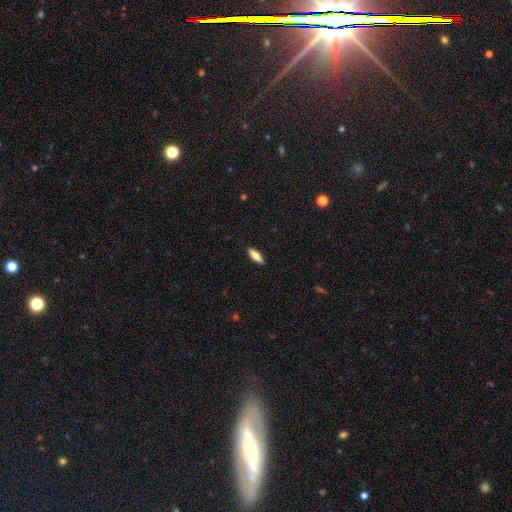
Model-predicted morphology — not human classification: This appears to be a smooth galaxy with no disk features (76%) that is in between round and cigar-shaped (61%). Merging: none (89%).